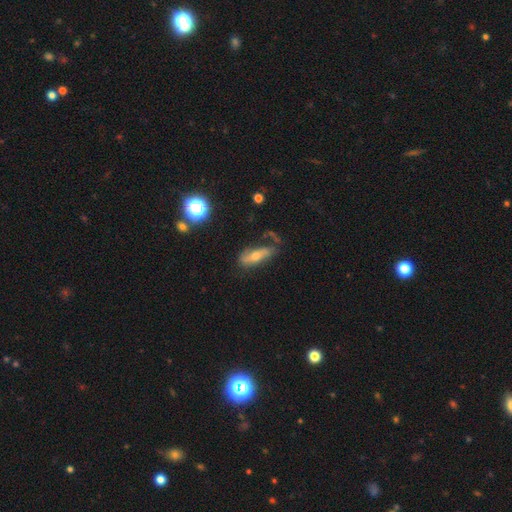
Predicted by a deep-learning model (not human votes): Overall: featured or disk (45%; smooth 43%). Merging: none (46%; minor disturbance 29%).